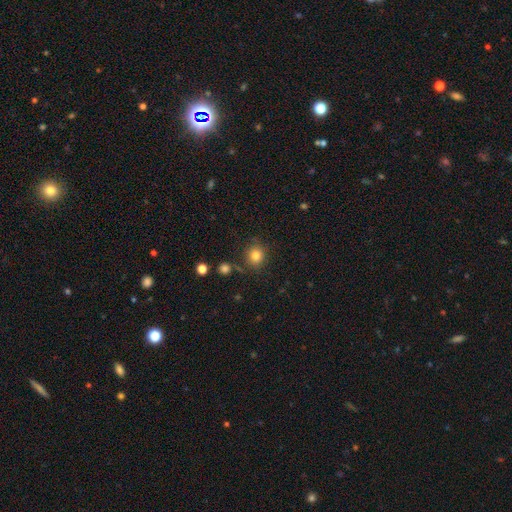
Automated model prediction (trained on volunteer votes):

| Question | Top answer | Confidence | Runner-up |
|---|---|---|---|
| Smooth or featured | smooth | 82% | star or artifact (12%) |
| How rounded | round | 86% | in between (13%) |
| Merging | none | 83% | minor disturbance (10%) |